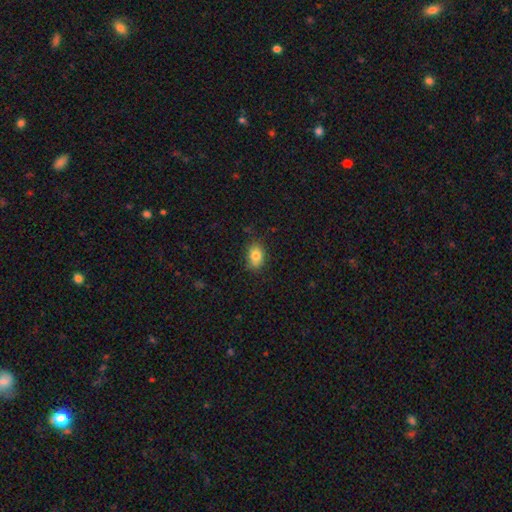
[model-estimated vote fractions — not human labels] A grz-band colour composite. It shows a smooth galaxy with no disk features (82%) that is in between round and cigar-shaped (76%). Merging: none (79%).